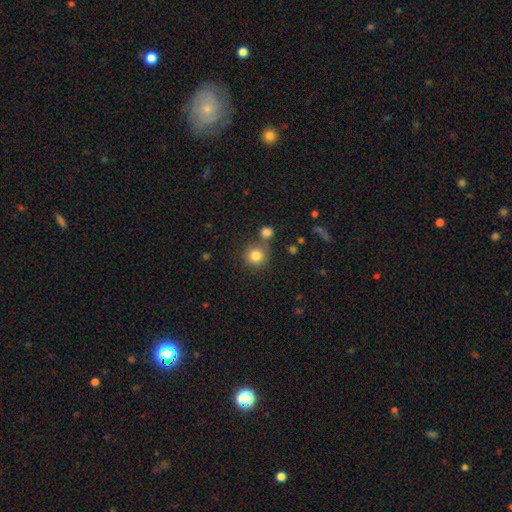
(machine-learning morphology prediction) Q: Smooth or featured?
A: smooth (82%); runner-up: star or artifact (11%)
Q: How rounded?
A: round (92%); runner-up: in between (7%)
Q: Merging?
A: none (69%); runner-up: merger (18%)